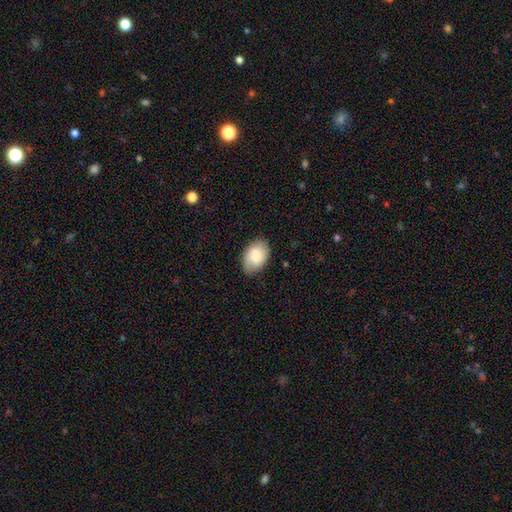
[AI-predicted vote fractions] A smooth galaxy with no disk features (78%) that is in between round and cigar-shaped (89%).

Vote fractions:
- Smooth or featured? smooth: 78% / featured or disk: 16% / star or artifact: 7%
- How rounded? in between: 89% / round: 10% / cigar-shaped: 1%
- Merging? none: 81% / minor disturbance: 15% / major disturbance: 3% / merger: 1%